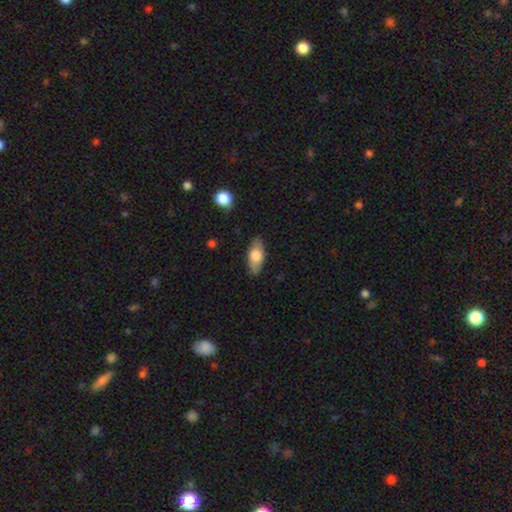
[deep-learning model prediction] Smooth or featured: smooth — 71% (featured or disk — 22%)
How rounded: in between — 84% (cigar-shaped — 13%)
Merging: none — 83% (minor disturbance — 13%)